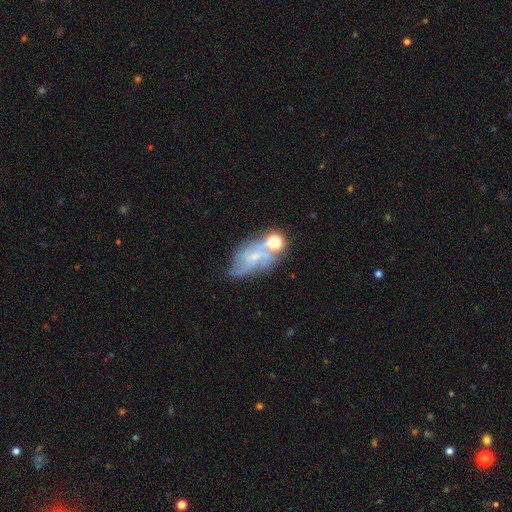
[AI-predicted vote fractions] This appears to be a featured or disk galaxy (67%) with no bar (63%), 3 (29%, tied with can't tell) medium (44%) spiral arms (84%) and a small central bulge (63%). Merging: none (44%).